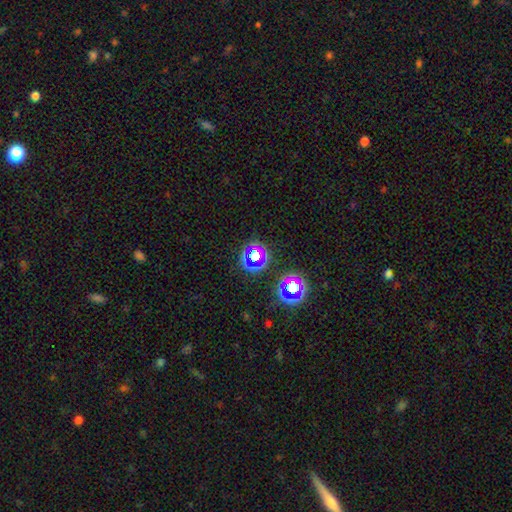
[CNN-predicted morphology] A star or artifact, not a galaxy (59%).